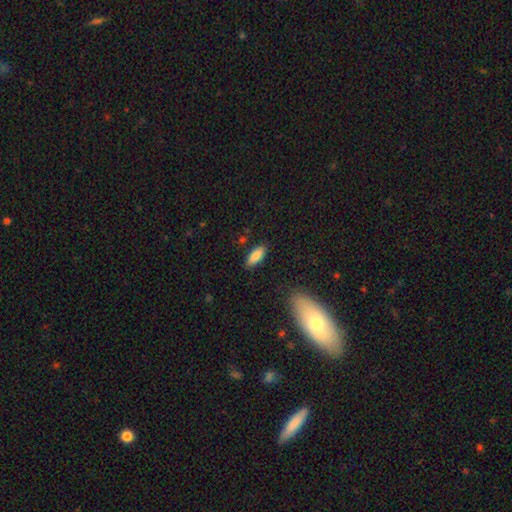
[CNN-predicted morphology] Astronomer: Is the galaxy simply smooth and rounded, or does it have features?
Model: smooth — 85%.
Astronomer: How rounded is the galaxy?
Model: in between — 77%.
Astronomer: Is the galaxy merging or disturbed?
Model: none — 85%.